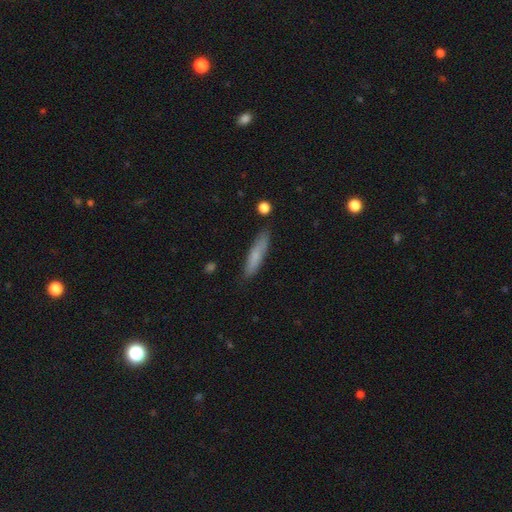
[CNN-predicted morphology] This is likely a smooth galaxy (76%). How rounded: clearly cigar-shaped (83%). Merging: clearly none (83%).